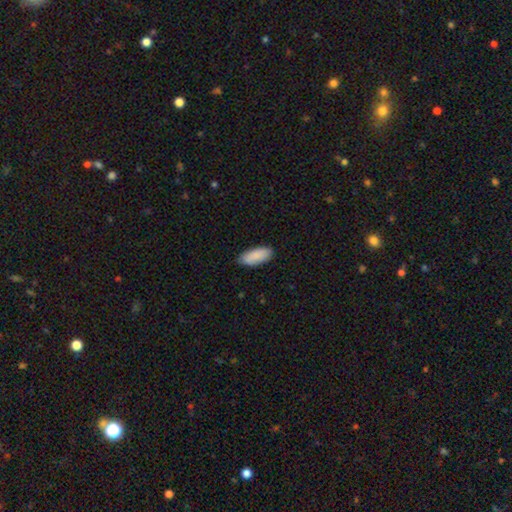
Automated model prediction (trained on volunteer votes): The model was most divided on "merging": none: 83%, minor disturbance: 14%, major disturbance: 2%, merger: 1%. More confident: smooth or featured — smooth (89%); how rounded — in between (85%).